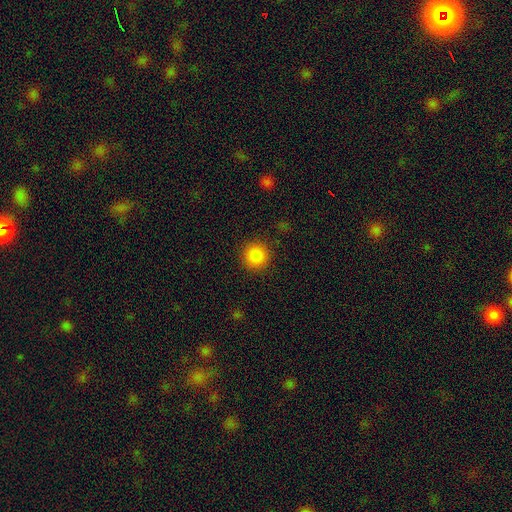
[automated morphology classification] A smooth galaxy with no disk features (87%) that is round (94%). Merging: none (90%).